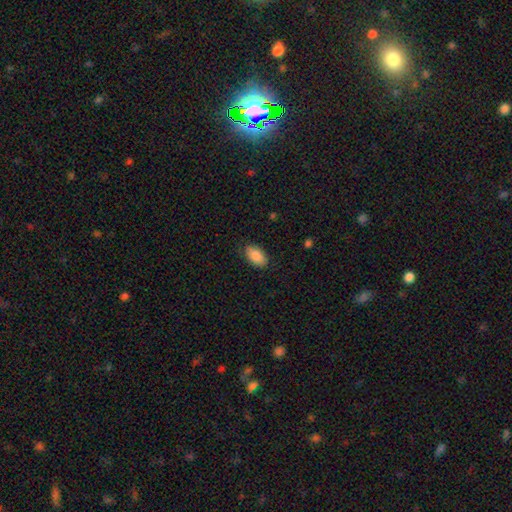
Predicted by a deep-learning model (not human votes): Smooth or featured? Predicted: smooth (p=0.87). How rounded? Predicted: in between (p=0.93). Merging? Predicted: none (p=0.82).